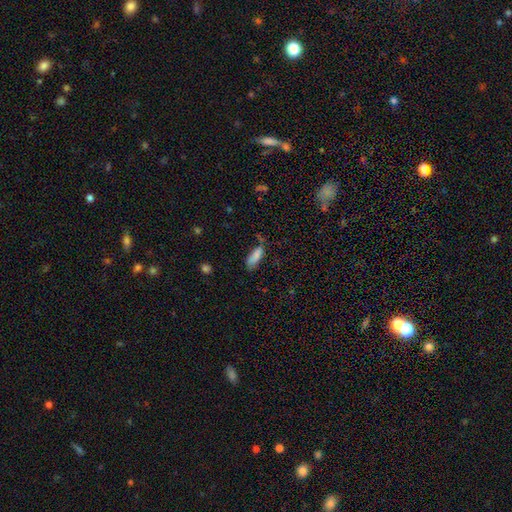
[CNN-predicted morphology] type=smooth (83%); roundness=in between (67%); merging=none (50%).